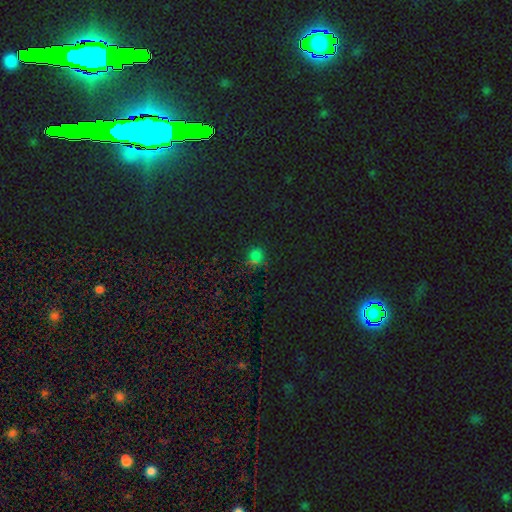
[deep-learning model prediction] smooth-or-featured: smooth: 49% | star or artifact: 45% | featured or disk: 6%
  merging: none: 77% | minor disturbance: 12% | merger: 6% | major disturbance: 5%